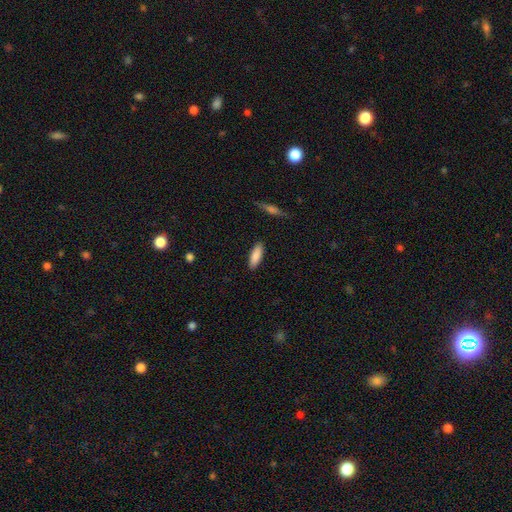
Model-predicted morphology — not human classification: type=smooth (86%); roundness=in between (57%); merging=none (88%).